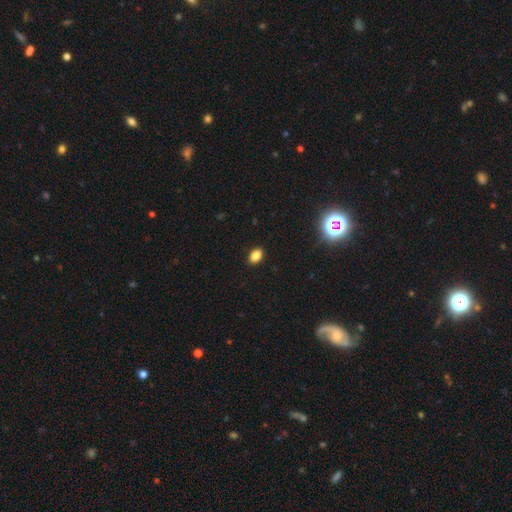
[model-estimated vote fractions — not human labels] Smooth or featured?
  - smooth: 84% *
  - star or artifact: 11%
  - featured or disk: 5%
How rounded?
  - in between: 80% *
  - round: 18%
  - cigar-shaped: 1%
Merging?
  - none: 90% *
  - minor disturbance: 7%
  - major disturbance: 2%
  - merger: 1%